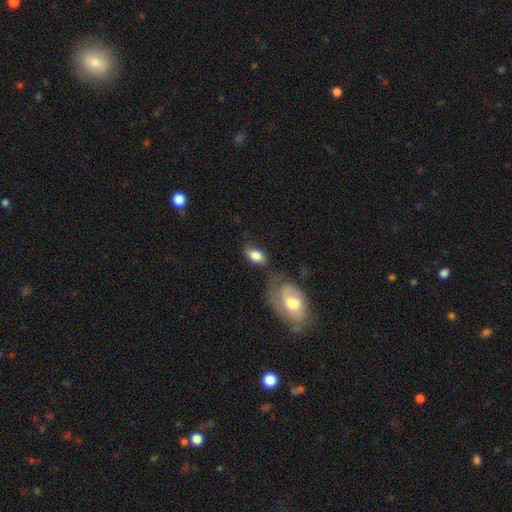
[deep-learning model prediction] Q: Smooth or featured?
A: smooth (81%); runner-up: featured or disk (12%)
Q: How rounded?
A: in between (88%); runner-up: round (10%)
Q: Merging?
A: none (59%); runner-up: minor disturbance (20%)